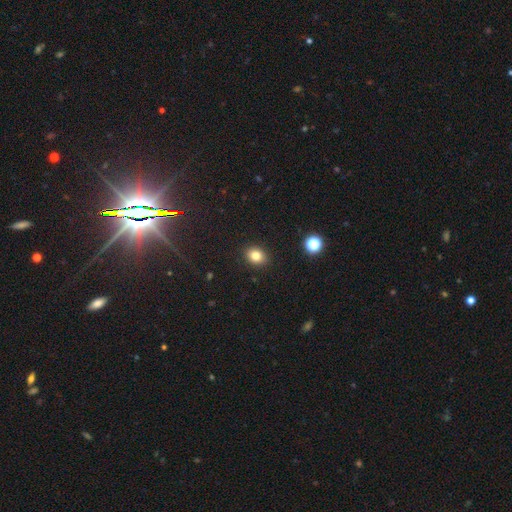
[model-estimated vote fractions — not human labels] Overall: smooth (81%). How rounded: in between (50%; round 49%). Merging: none (90%).